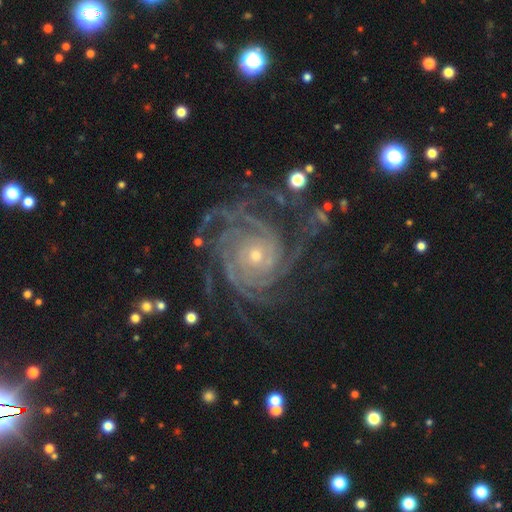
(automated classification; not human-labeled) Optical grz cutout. It shows a featured or disk galaxy (92%) with no bar (76%), 4 (26%) tight (75%) spiral arms (98%) and a small central bulge (62%). Merging: none (69%).